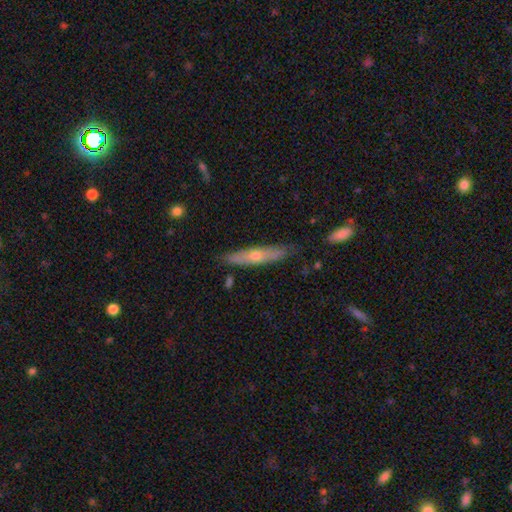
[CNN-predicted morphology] Overall: featured or disk (51%; smooth 44%). Edge-on disk: yes (76%). Merging: none (81%).